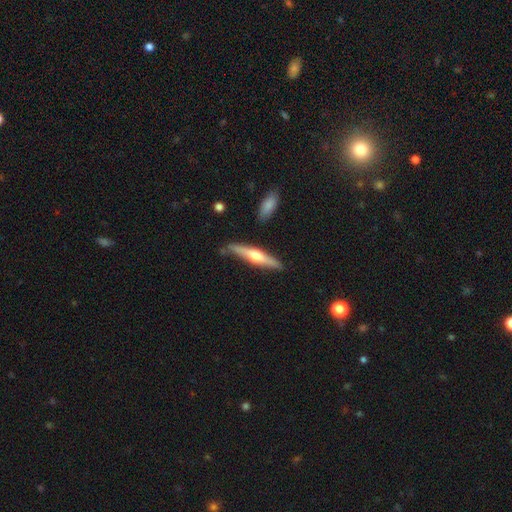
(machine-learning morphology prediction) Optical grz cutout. It shows a featured or disk galaxy (57%) viewed edge-on (95%) with a rounded central bulge (89%). Merging: none (79%).